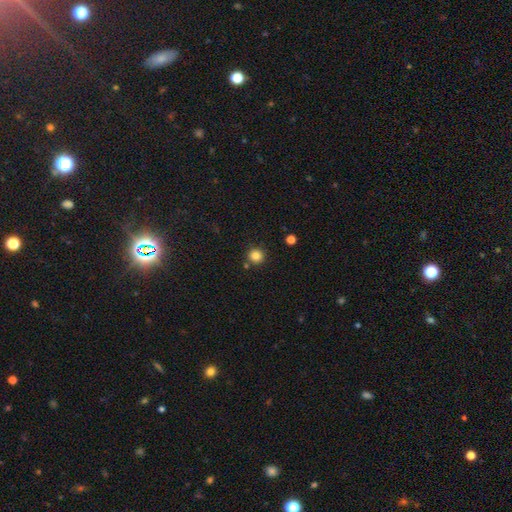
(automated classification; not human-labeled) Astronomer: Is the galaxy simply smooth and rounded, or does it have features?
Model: smooth — 84%.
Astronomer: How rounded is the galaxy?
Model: round — 93%.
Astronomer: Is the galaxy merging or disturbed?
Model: none — 84%.